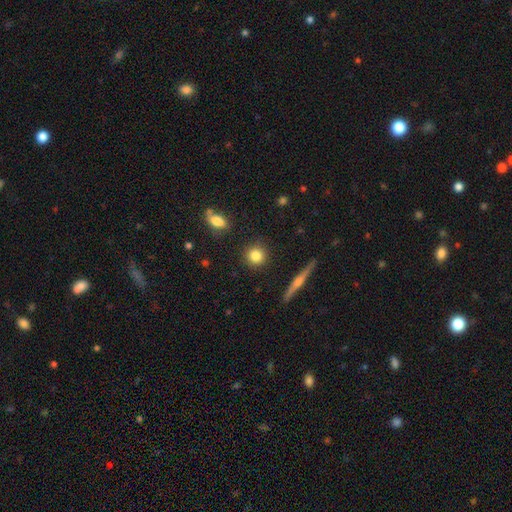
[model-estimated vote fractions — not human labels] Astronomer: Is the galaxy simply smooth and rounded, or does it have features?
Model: smooth — 82%.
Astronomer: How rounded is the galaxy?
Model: round — 90%.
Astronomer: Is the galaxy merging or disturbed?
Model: none — 90%.